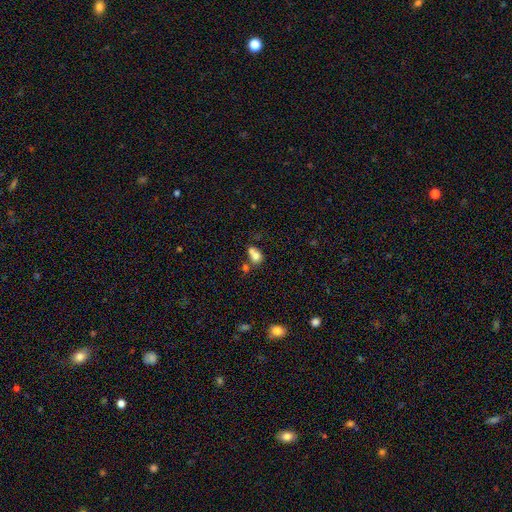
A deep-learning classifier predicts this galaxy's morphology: Smooth or featured?
  - smooth: 74% *
  - featured or disk: 15%
  - star or artifact: 11%
How rounded?
  - round: 55% *
  - in between: 44%
  - cigar-shaped: 1%
Merging?
  - merger: 51% *
  - none: 31%
  - minor disturbance: 11%
  - major disturbance: 6%